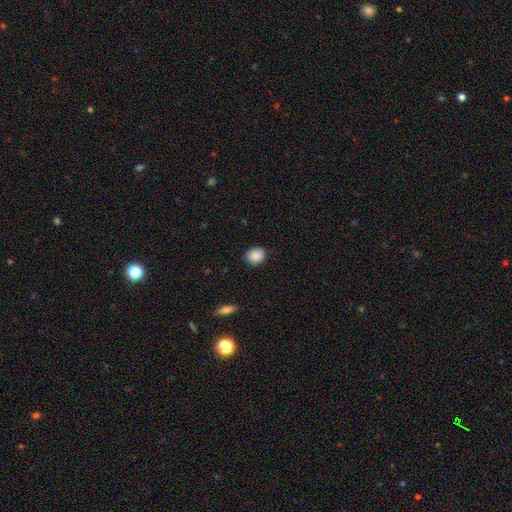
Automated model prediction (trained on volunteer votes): Morphology: type=smooth (87%); roundness=round (57%); merging=none (86%).